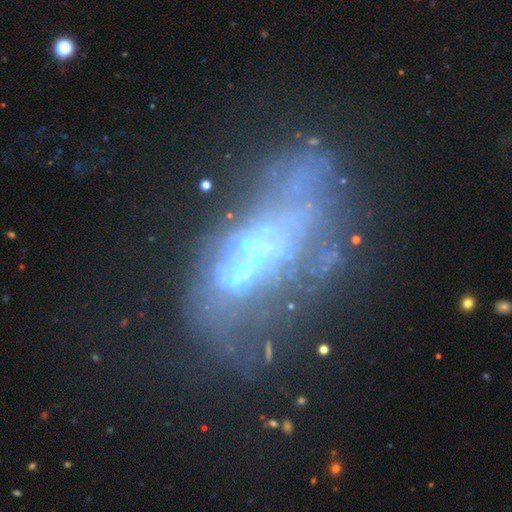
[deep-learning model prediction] Smooth or featured? Predicted: featured or disk (p=0.58). Edge-on disk? Predicted: no (p=0.89). Bar? Predicted: no (p=0.80). Spiral arms? Predicted: no (p=0.85). Bulge size? Predicted: none (p=0.50). Merging? Predicted: major disturbance (p=0.39).